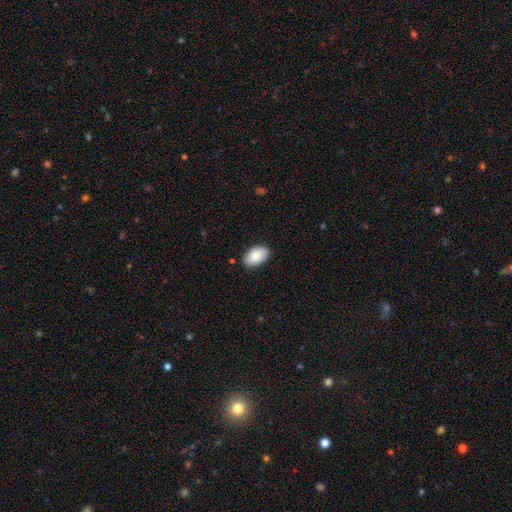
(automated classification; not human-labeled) The model was most divided on "smooth or featured": smooth: 83%, featured or disk: 11%, star or artifact: 6%. More confident: how rounded — in between (93%); merging — none (87%).